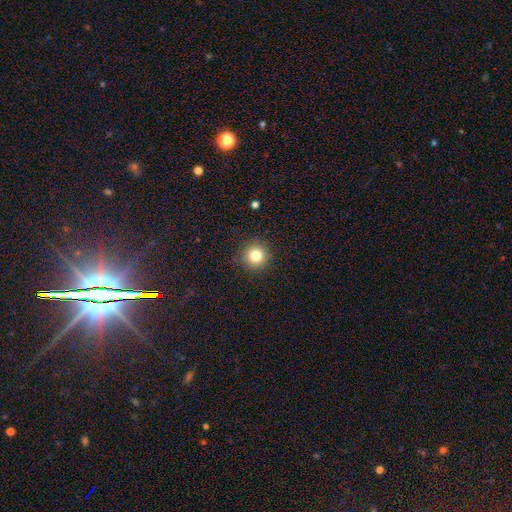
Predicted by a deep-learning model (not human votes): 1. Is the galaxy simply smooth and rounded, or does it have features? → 82% smooth, 12% star or artifact, 6% featured or disk.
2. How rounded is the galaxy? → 95% round, 4% in between, 1% cigar-shaped.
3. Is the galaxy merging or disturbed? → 91% none, 6% minor disturbance, 2% major disturbance, 1% merger.